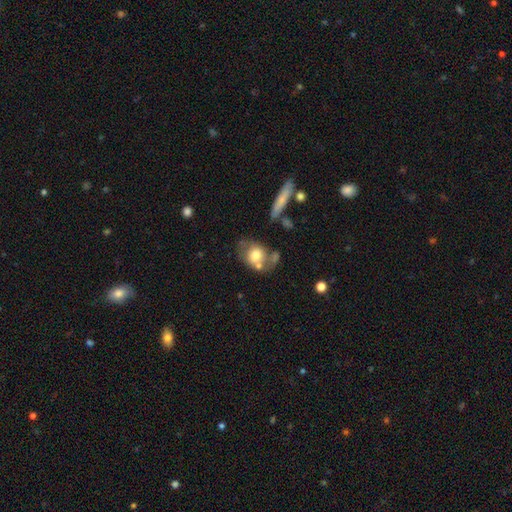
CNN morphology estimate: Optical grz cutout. It shows a smooth galaxy with no disk features (64%) that is in between round and cigar-shaped (54%). Merging: none (43%).